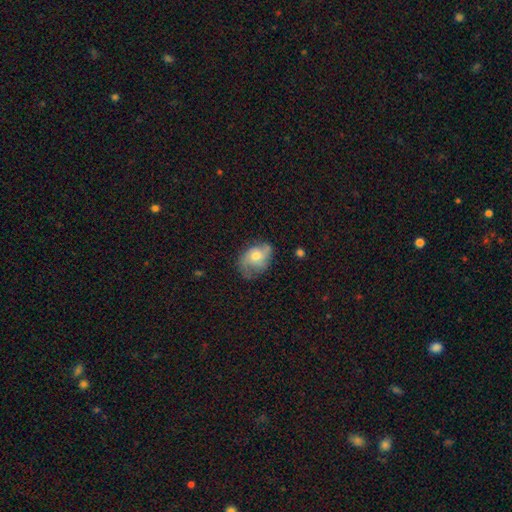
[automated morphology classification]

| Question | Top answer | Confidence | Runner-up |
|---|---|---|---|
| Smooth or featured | featured or disk | 50% | smooth (42%) |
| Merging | none | 53% | minor disturbance (29%) |